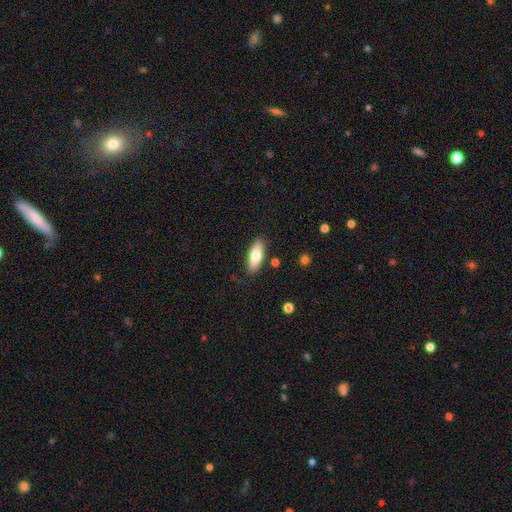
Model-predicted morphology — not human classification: Q: Smooth or featured?
A: smooth (74%); runner-up: featured or disk (19%)
Q: How rounded?
A: in between (73%); runner-up: cigar-shaped (24%)
Q: Merging?
A: none (85%); runner-up: minor disturbance (11%)